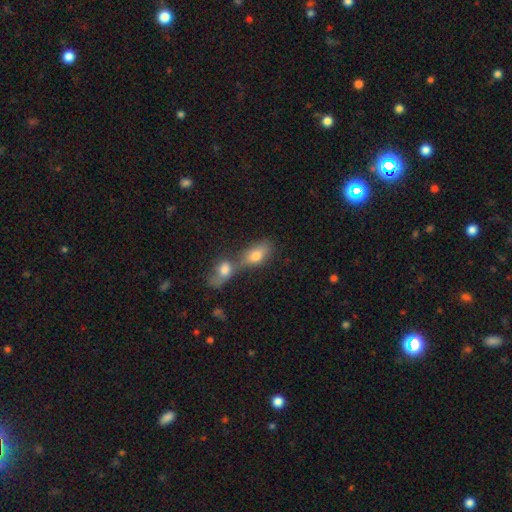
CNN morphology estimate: Smooth or featured? Predicted: smooth (p=0.75). How rounded? Predicted: in between (p=0.84). Merging? Predicted: merger (p=0.62).